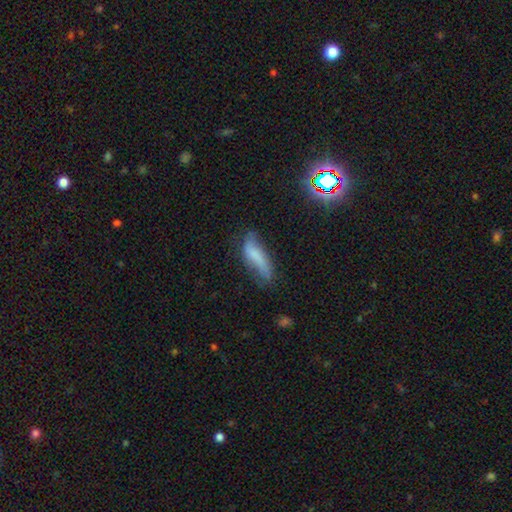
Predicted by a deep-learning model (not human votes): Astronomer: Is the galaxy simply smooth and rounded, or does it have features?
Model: smooth — 60%.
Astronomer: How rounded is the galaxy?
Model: in between — 51% (runner-up: cigar-shaped, 47%).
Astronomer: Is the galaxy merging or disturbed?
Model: none — 44% (runner-up: minor disturbance, 35%).